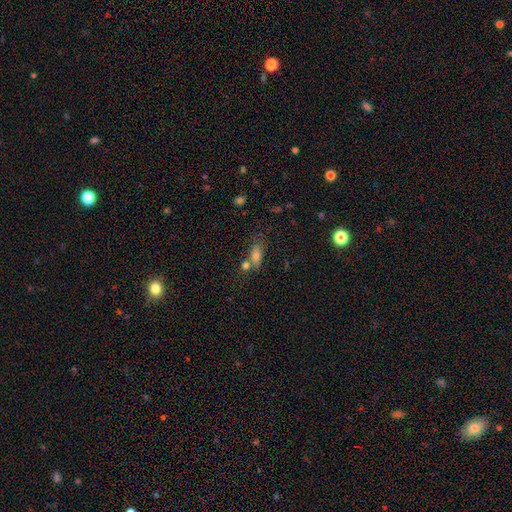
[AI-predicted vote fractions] This is likely a smooth galaxy (62%). How rounded: likely in between (65%). Merging: possibly none (47%).